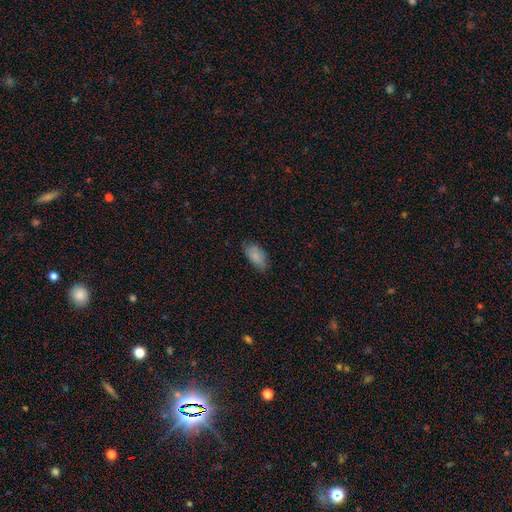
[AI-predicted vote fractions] A smooth galaxy with no disk features (85%) that is in between round and cigar-shaped (92%). Merging: none (77%).